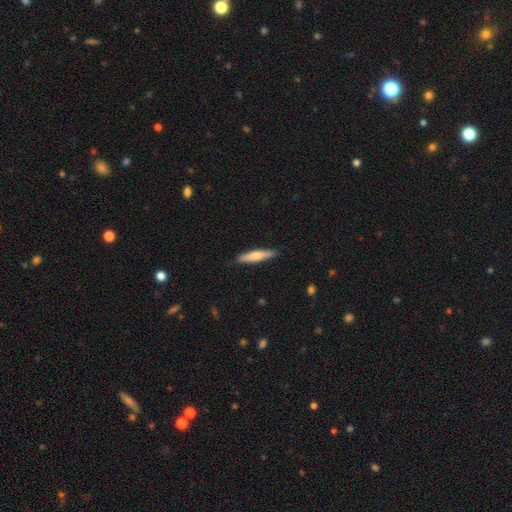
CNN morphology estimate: type=smooth (57%); roundness=cigar-shaped (86%); merging=none (88%).